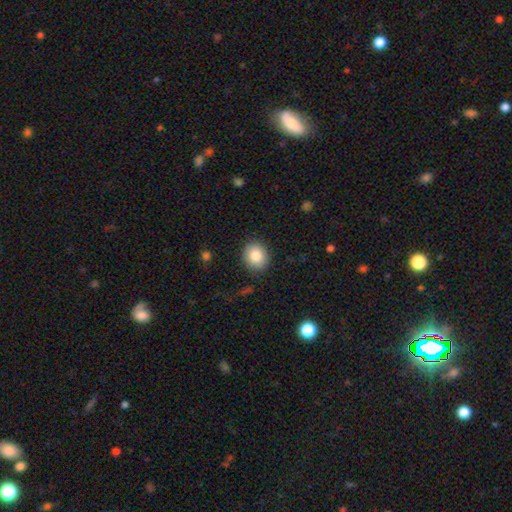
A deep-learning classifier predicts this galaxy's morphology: smooth 84%, star or artifact 8%, featured or disk 8%. Down the decision tree: how rounded — round (67%); merging — none (87%).